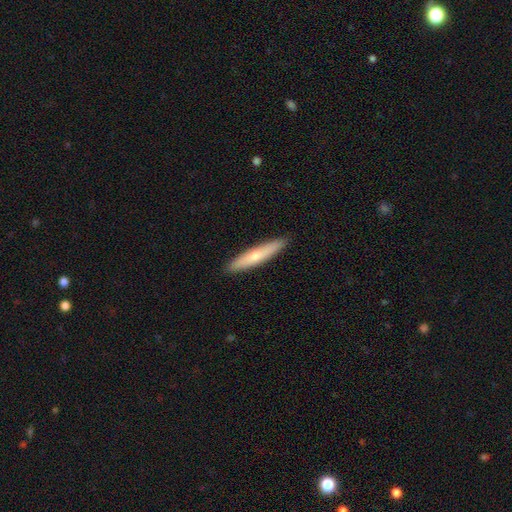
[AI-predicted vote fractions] Smooth or featured: smooth — 64% (featured or disk — 31%)
How rounded: cigar-shaped — 90% (in between — 9%)
Merging: none — 91% (minor disturbance — 7%)